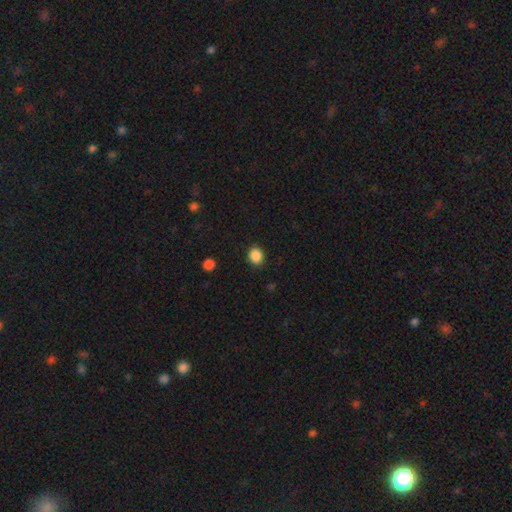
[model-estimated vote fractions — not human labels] This appears to be a smooth galaxy with no disk features (88%) that is round (65%). Merging: none (89%).